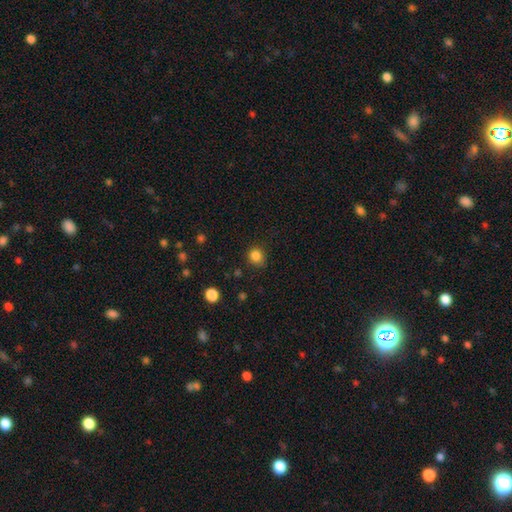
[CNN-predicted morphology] type=smooth (84%); roundness=round (87%); merging=none (83%).